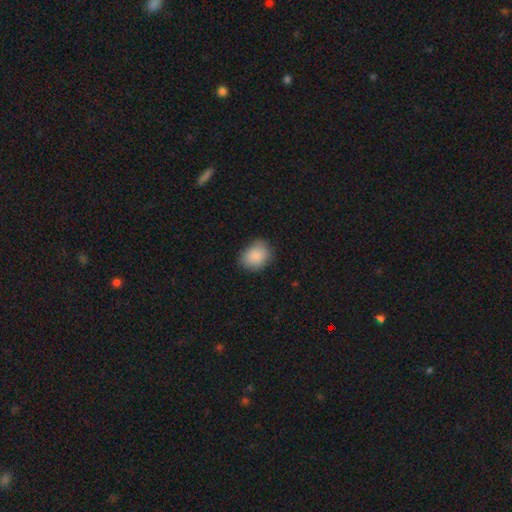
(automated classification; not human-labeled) Smooth or featured?
  - smooth: 88% *
  - star or artifact: 7%
  - featured or disk: 5%
How rounded?
  - in between: 56% *
  - round: 43%
  - cigar-shaped: 1%
Merging?
  - none: 74% *
  - minor disturbance: 20%
  - major disturbance: 4%
  - merger: 1%